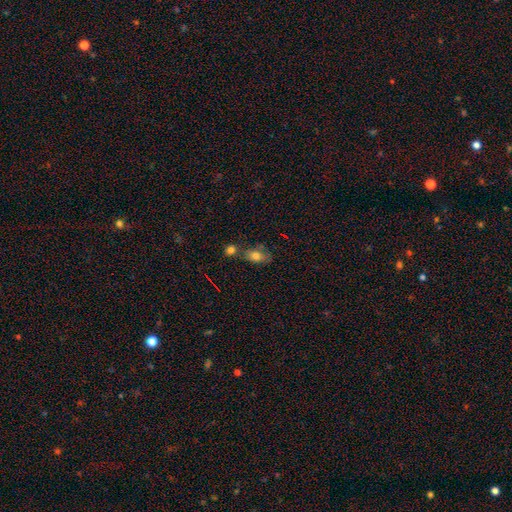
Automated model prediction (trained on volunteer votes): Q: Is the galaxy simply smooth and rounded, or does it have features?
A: smooth — 72%.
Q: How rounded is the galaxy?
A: in between — 84%.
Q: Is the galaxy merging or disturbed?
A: none — 47%.